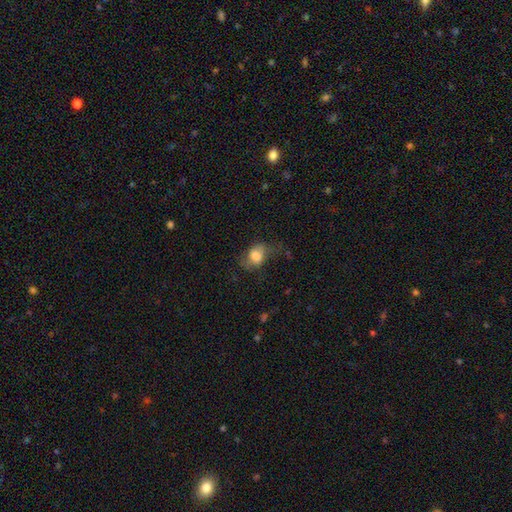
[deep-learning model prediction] Smooth or featured?
  - smooth: 73% *
  - featured or disk: 18%
  - star or artifact: 9%
How rounded?
  - in between: 71% *
  - round: 27%
  - cigar-shaped: 2%
Merging?
  - none: 47% *
  - minor disturbance: 29%
  - major disturbance: 22%
  - merger: 2%